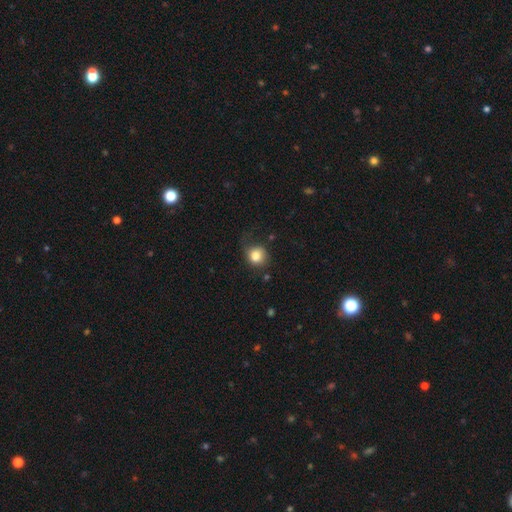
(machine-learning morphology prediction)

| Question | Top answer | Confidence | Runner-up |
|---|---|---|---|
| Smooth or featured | smooth | 83% | star or artifact (9%) |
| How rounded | round | 78% | in between (21%) |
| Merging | none | 57% | minor disturbance (27%) |